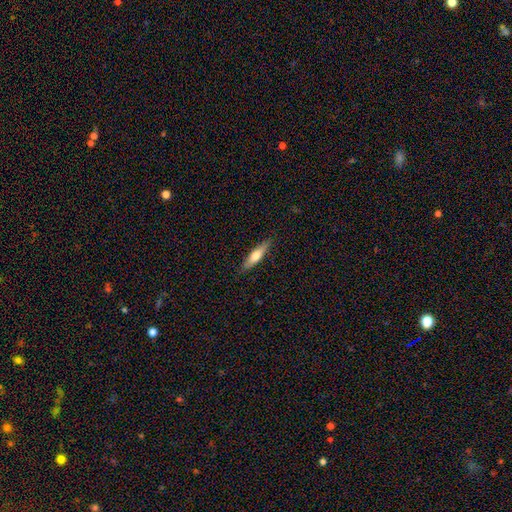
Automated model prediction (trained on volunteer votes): smooth 61%, featured or disk 33%, star or artifact 6%. Down the decision tree: how rounded — cigar-shaped (74%); merging — none (86%).